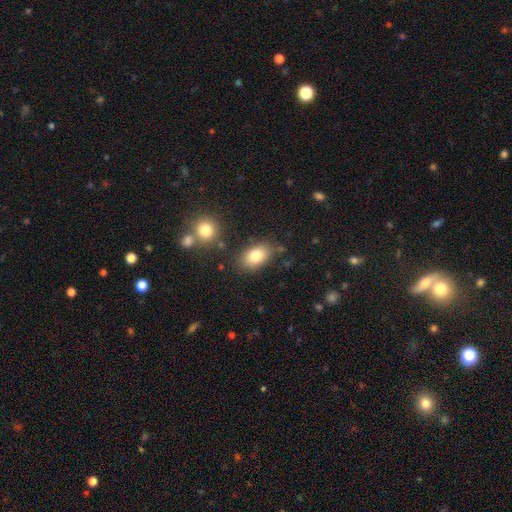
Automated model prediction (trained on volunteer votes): The model was most divided on "merging": none: 79%, minor disturbance: 13%, merger: 5%, major disturbance: 4%. More confident: how rounded — in between (85%); smooth or featured — smooth (81%).